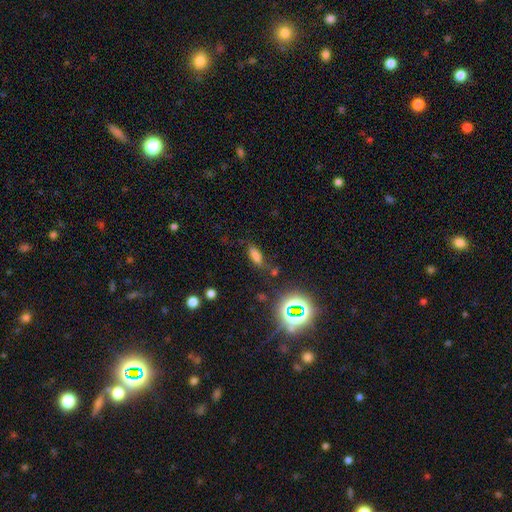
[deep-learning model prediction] A smooth galaxy with no disk features (68%) that is in between round and cigar-shaped (70%).

Vote fractions:
- Smooth or featured? smooth: 68% / star or artifact: 23% / featured or disk: 9%
- How rounded? in between: 70% / cigar-shaped: 25% / round: 5%
- Merging? none: 68% / minor disturbance: 19% / major disturbance: 8% / merger: 6%